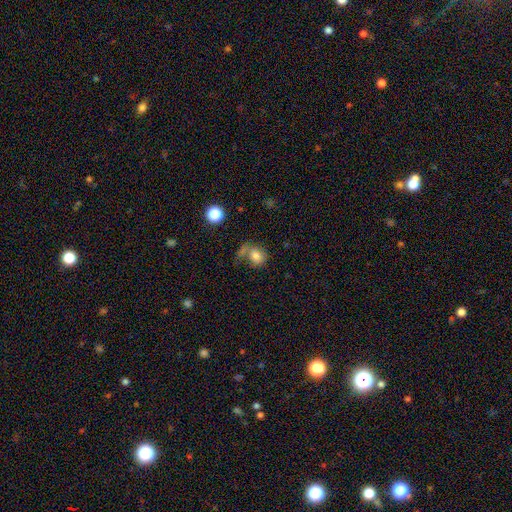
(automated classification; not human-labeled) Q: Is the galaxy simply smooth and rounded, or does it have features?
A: smooth — 75%.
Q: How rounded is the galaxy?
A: round — 54%.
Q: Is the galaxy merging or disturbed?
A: none — 38%.